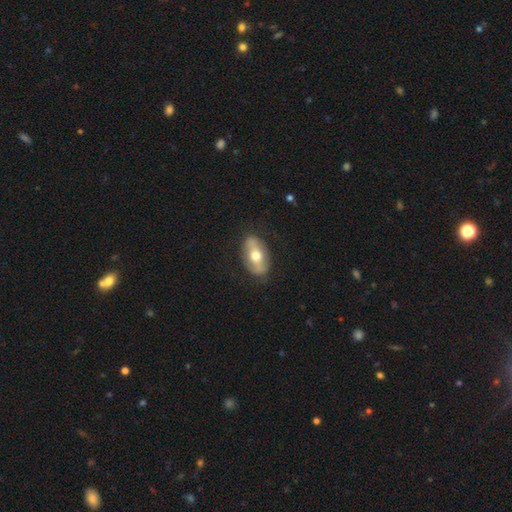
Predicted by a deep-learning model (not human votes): Smooth or featured?
  - featured or disk: 50% *
  - smooth: 44%
  - star or artifact: 6%
Edge-on disk?
  - no: 78% *
  - yes: 22%
Merging?
  - none: 83% *
  - minor disturbance: 12%
  - major disturbance: 4%
  - merger: 1%